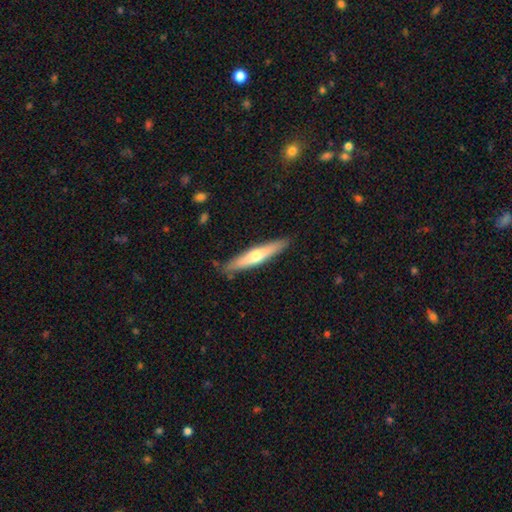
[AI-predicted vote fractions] A featured or disk galaxy (48%). Merging: none (87%).